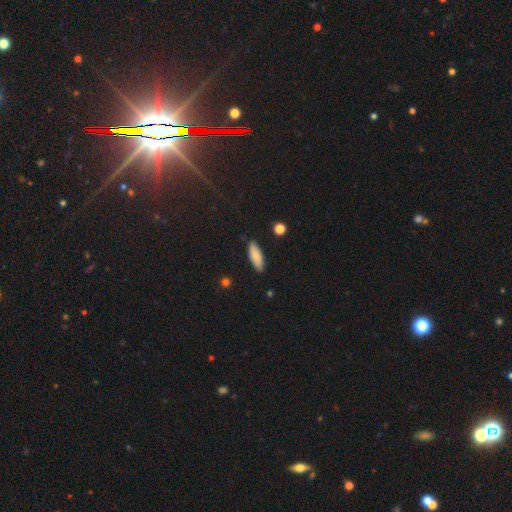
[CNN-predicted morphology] smooth-or-featured: smooth: 83% | featured or disk: 11% | star or artifact: 6%
  how-rounded: in between: 62% | cigar-shaped: 36% | round: 2%
  merging: none: 87% | minor disturbance: 10% | major disturbance: 2% | merger: 1%